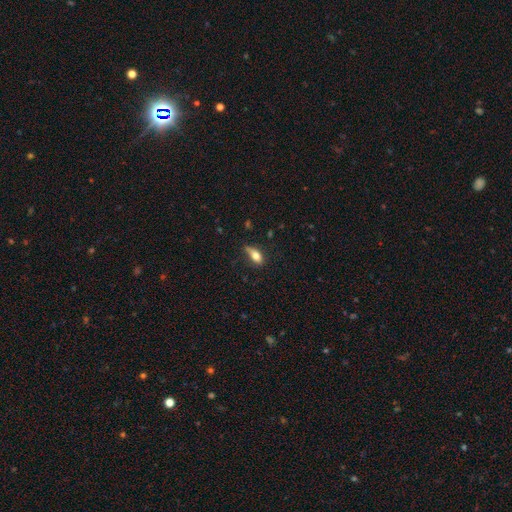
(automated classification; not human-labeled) Smooth or featured: smooth — 72% (featured or disk — 20%)
How rounded: in between — 76% (cigar-shaped — 19%)
Merging: none — 57% (minor disturbance — 30%)